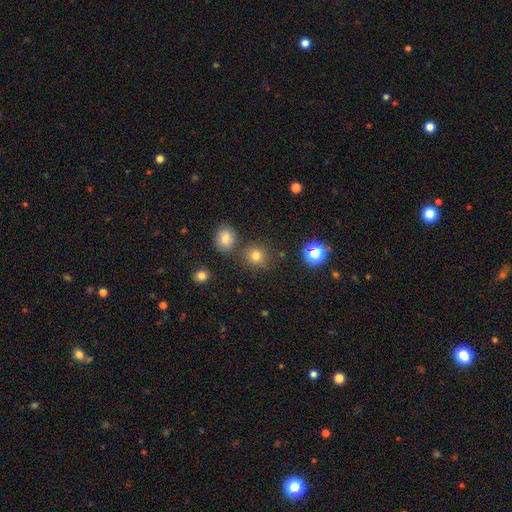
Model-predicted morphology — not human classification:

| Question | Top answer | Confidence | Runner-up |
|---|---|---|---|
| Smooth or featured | smooth | 76% | star or artifact (17%) |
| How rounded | round | 86% | in between (13%) |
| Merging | none | 76% | minor disturbance (10%) |